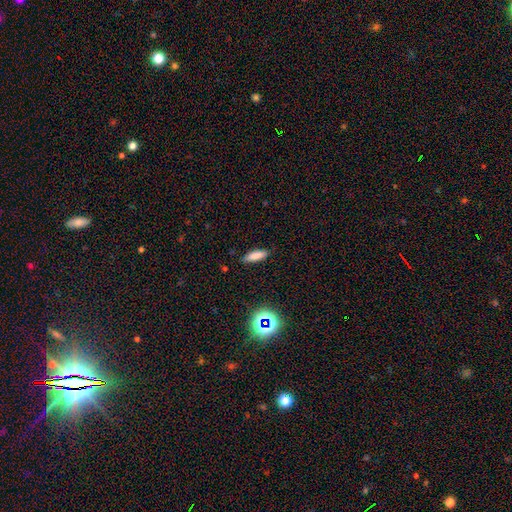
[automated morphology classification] smooth-or-featured: smooth: 80% | star or artifact: 10% | featured or disk: 9%
  how-rounded: cigar-shaped: 53% | in between: 45% | round: 2%
  merging: none: 87% | minor disturbance: 10% | major disturbance: 2% | merger: 1%